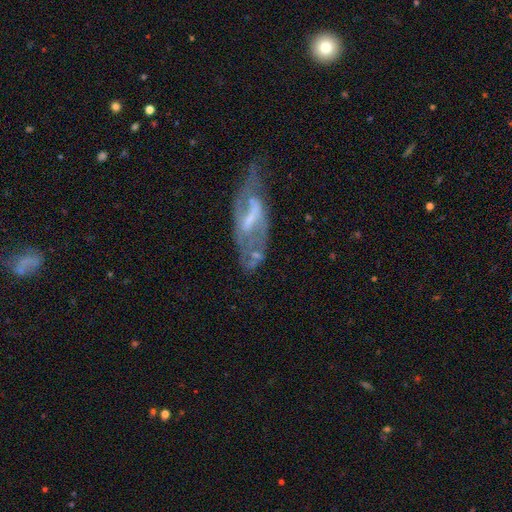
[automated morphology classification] This is likely a featured or disk galaxy (71%). It is clearly not viewed edge-on (86%). Bar: marginally strong (41%). Spiral arm pattern: possibly yes (53%). Central bulge: marginally small (35%). Merging: marginally none (39%).